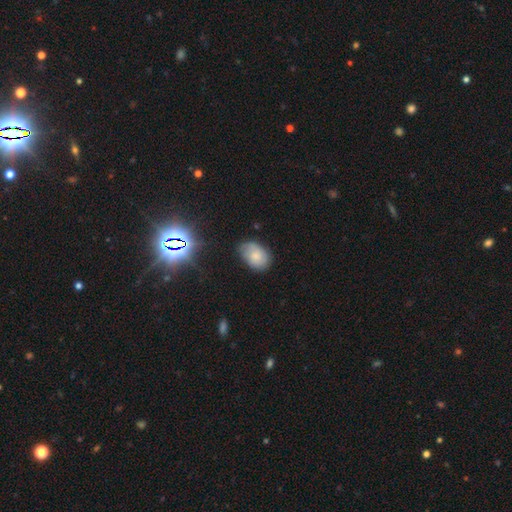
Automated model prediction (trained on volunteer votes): smooth-or-featured: smooth: 69% | featured or disk: 20% | star or artifact: 11%
  how-rounded: in between: 83% | round: 16% | cigar-shaped: 1%
  merging: none: 63% | minor disturbance: 28% | major disturbance: 7% | merger: 2%